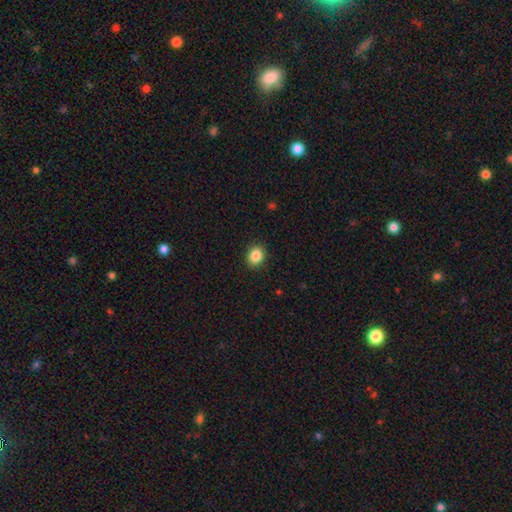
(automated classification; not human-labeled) This is clearly a smooth galaxy (87%). How rounded: likely round (63%). Merging: clearly none (90%).